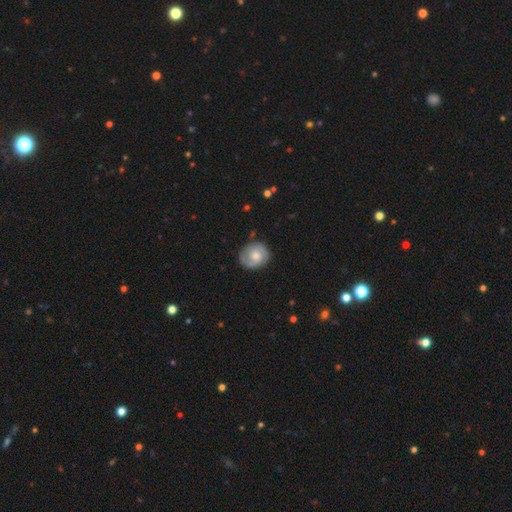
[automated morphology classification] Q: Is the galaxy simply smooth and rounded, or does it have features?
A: featured or disk — 50%.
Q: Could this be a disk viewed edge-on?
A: no — 97%.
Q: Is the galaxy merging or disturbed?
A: none — 77%.